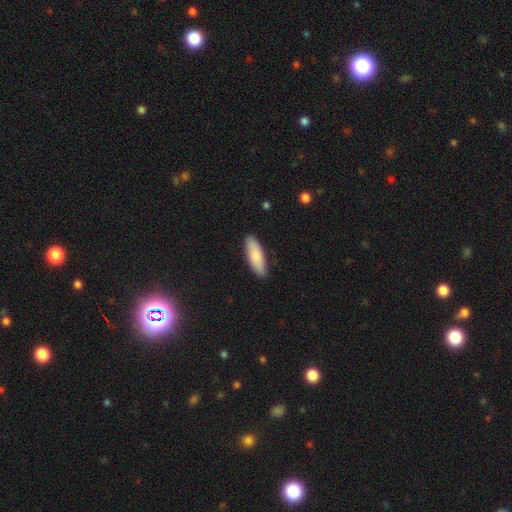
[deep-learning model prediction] The model was most divided on "how rounded": in between: 51%, cigar-shaped: 48%, round: 2%. More confident: merging — none (88%); smooth or featured — smooth (83%).